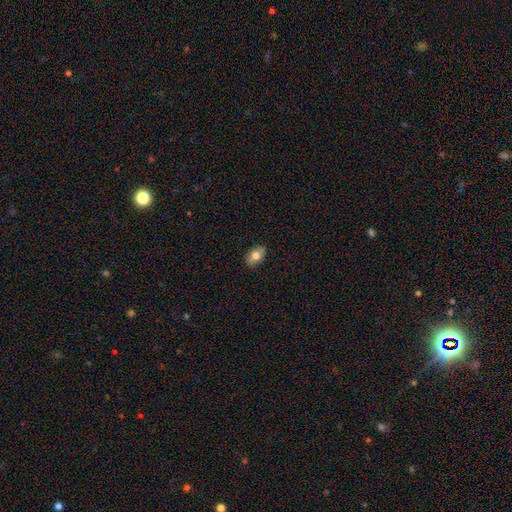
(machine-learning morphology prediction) Smooth or featured? smooth (76%)
How rounded? in between (86%)
Merging? none (86%)